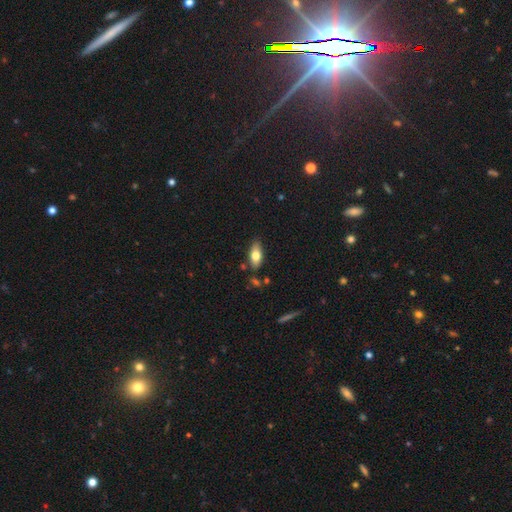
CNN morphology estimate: Smooth or featured? Predicted: smooth (p=0.70). How rounded? Predicted: in between (p=0.82). Merging? Predicted: none (p=0.79).